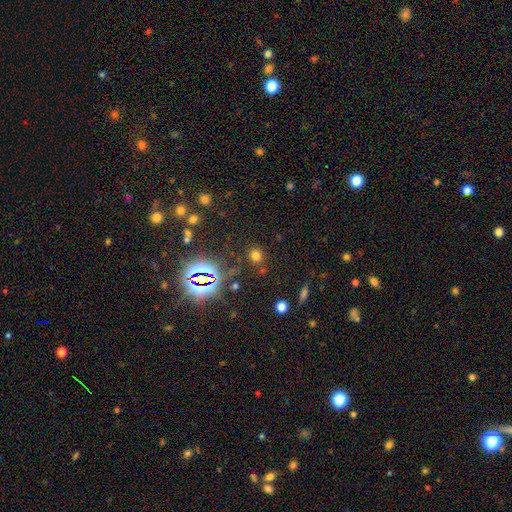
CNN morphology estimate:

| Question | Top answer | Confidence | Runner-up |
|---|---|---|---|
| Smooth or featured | smooth | 62% | star or artifact (31%) |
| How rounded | round | 78% | in between (20%) |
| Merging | none | 80% | minor disturbance (10%) |